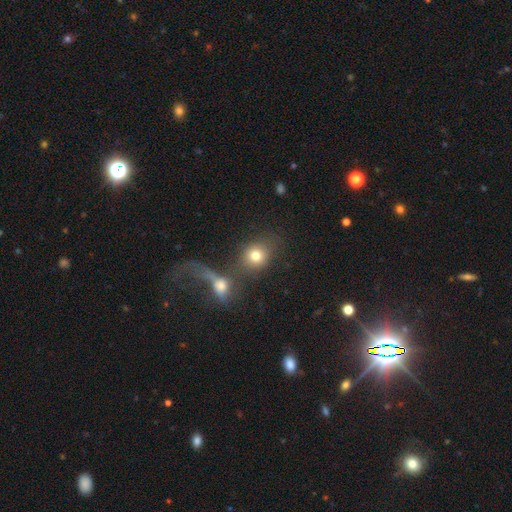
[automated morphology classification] This is likely a smooth galaxy (76%). How rounded: likely round (74%). Merging: marginally merger (41%).